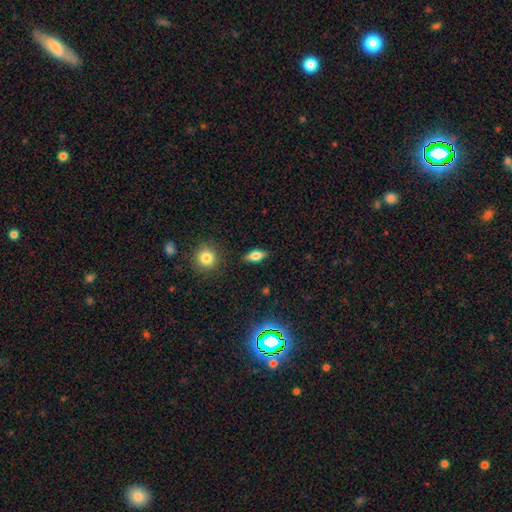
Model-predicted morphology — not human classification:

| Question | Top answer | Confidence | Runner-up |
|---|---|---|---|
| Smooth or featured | smooth | 64% | featured or disk (26%) |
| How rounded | in between | 76% | cigar-shaped (16%) |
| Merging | none | 86% | minor disturbance (10%) |